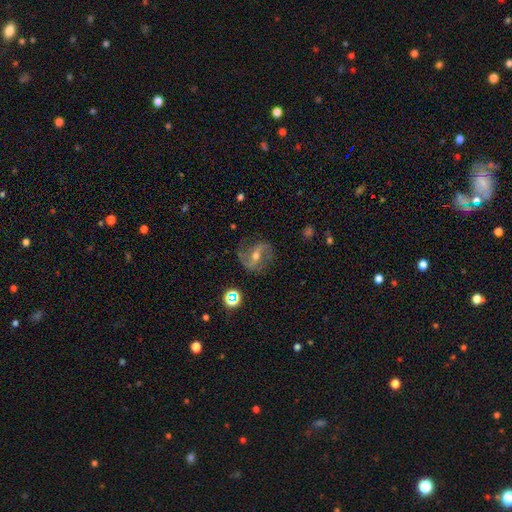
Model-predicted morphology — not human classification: Smooth or featured? featured or disk (79%)
Edge-on disk? no (95%)
Bar? strong (47%)
Spiral arms? yes (91%)
Spiral winding? medium (43%)
Spiral arm count? 2 (83%)
Bulge size? moderate (56%)
Merging? none (73%)